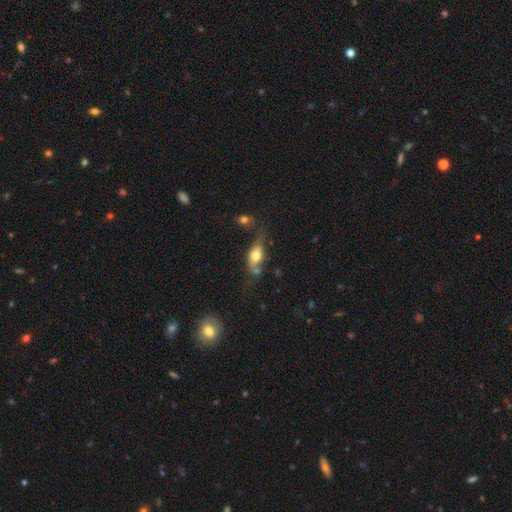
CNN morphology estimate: smooth-or-featured: smooth: 62% | featured or disk: 30% | star or artifact: 8%
  how-rounded: in between: 76% | cigar-shaped: 15% | round: 10%
  merging: none: 43% | minor disturbance: 26% | merger: 15% | major disturbance: 15%